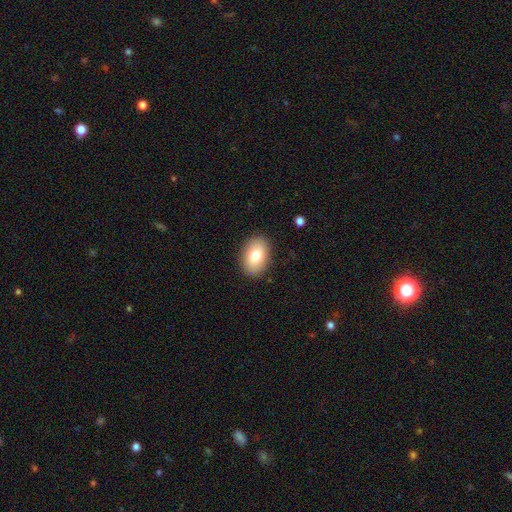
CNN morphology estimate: Overall: smooth (79%). How rounded: in between (85%). Merging: none (88%).